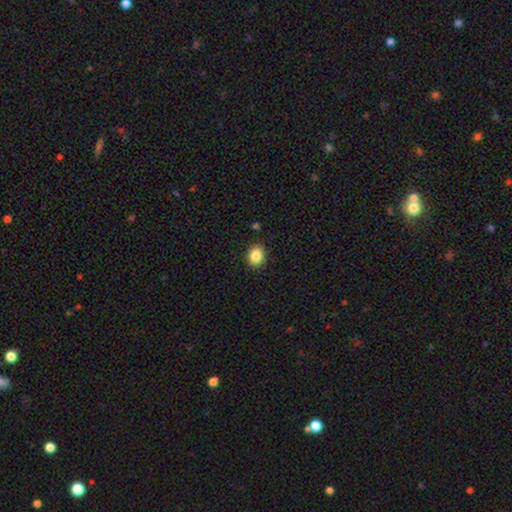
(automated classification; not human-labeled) The model was most divided on "how rounded": round: 62%, in between: 37%, cigar-shaped: 1%. More confident: merging — none (88%); smooth or featured — smooth (86%).